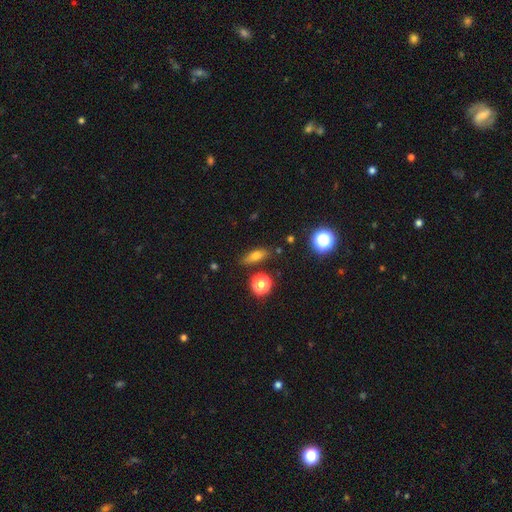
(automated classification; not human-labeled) Smooth or featured? smooth (69%)
How rounded? in between (60%)
Merging? none (81%)